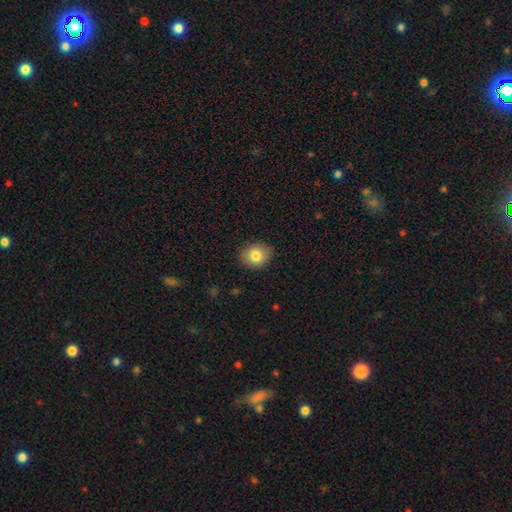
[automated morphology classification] Smooth or featured?
  - smooth: 81% *
  - featured or disk: 10%
  - star or artifact: 9%
How rounded?
  - round: 64% *
  - in between: 35%
  - cigar-shaped: 1%
Merging?
  - none: 89% *
  - minor disturbance: 8%
  - major disturbance: 2%
  - merger: 1%